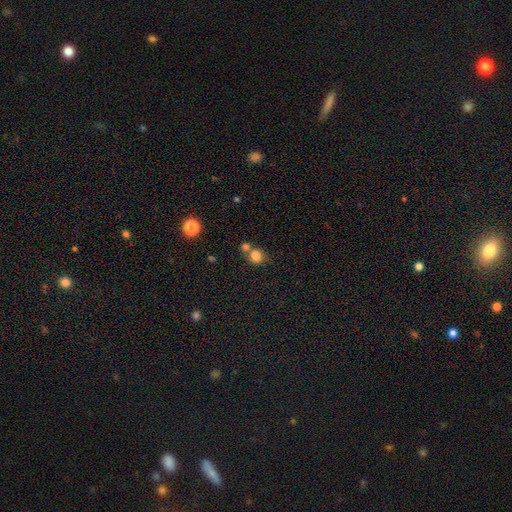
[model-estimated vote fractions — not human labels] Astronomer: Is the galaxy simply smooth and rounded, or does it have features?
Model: smooth — 81%.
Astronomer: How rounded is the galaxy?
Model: round — 74%.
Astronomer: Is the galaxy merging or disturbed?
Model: none — 47% (runner-up: merger, 38%).